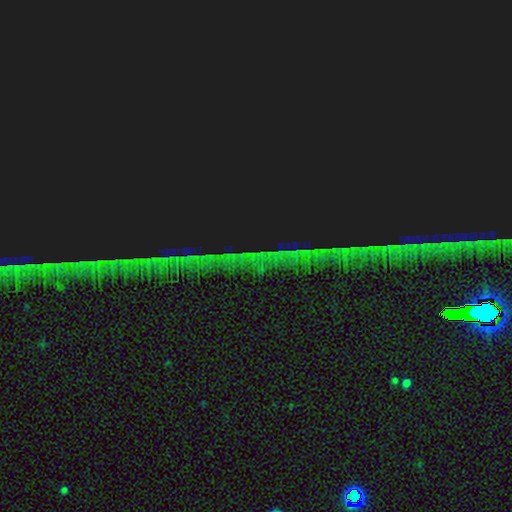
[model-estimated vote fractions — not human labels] star or artifact 84%, featured or disk 8%, smooth 8%.